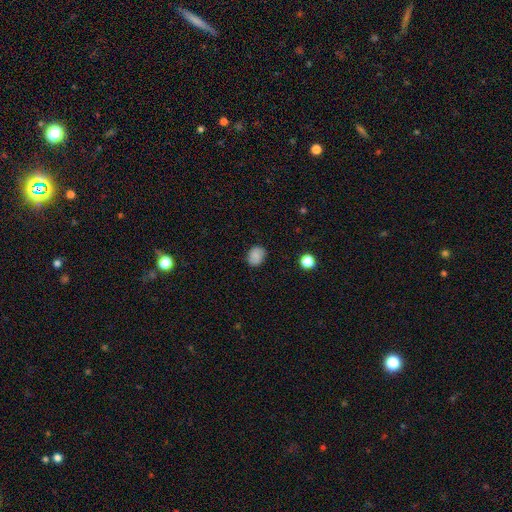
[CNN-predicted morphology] Smooth or featured? smooth (83%)
How rounded? in between (54%)
Merging? none (82%)